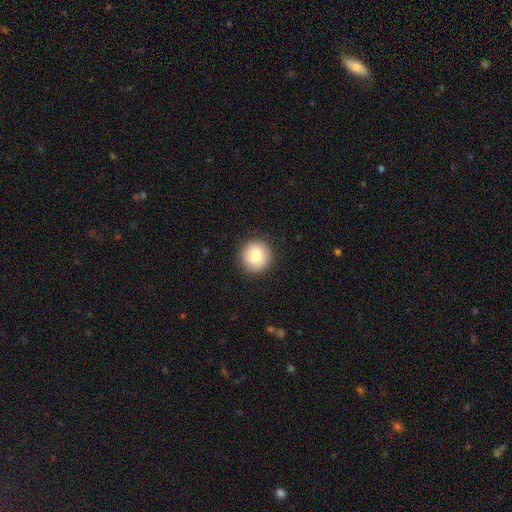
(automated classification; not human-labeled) smooth 81%, featured or disk 12%, star or artifact 8%. Down the decision tree: how rounded — round (93%); merging — none (89%).